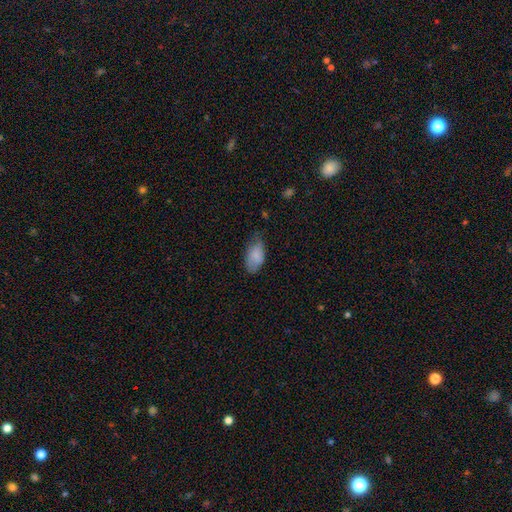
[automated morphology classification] A smooth galaxy with no disk features (84%) that is in between round and cigar-shaped (94%). Merging: none (51%).